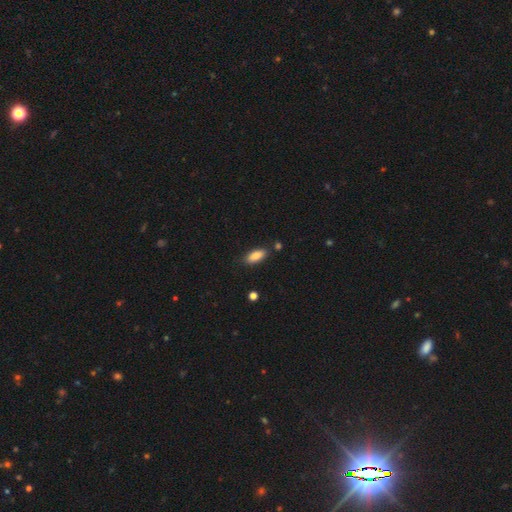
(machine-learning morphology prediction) A smooth galaxy with no disk features (85%) that is in between round and cigar-shaped (83%). Merging: none (81%).